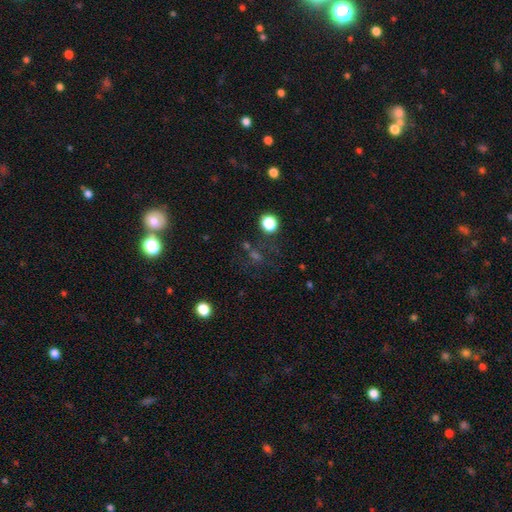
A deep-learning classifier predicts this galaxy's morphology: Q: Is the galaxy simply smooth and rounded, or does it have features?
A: star or artifact — 47%.